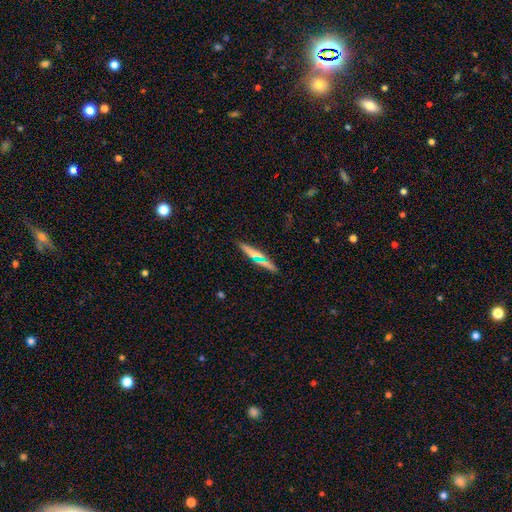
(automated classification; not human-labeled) Smooth or featured? featured or disk (53%)
Edge-on disk? yes (93%)
Merging? none (79%)